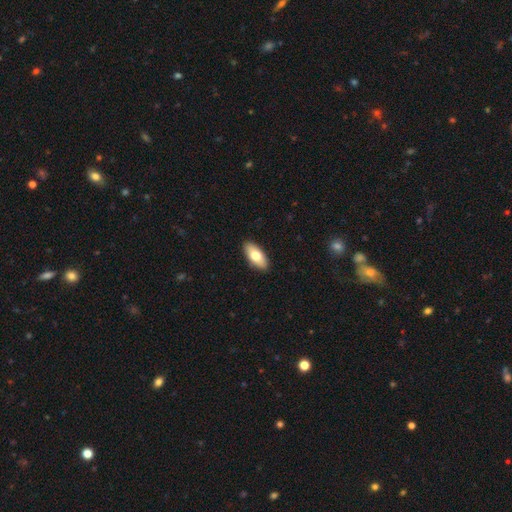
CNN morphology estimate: Smooth or featured? Predicted: smooth (p=0.74). How rounded? Predicted: in between (p=0.87). Merging? Predicted: none (p=0.91).